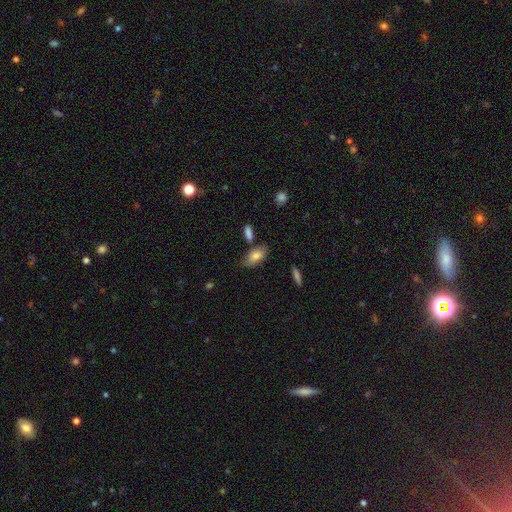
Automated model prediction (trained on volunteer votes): smooth_or_featured: smooth (p=0.78) [alt: featured or disk p=0.15]
how_rounded: in between (p=0.91) [alt: cigar-shaped p=0.06]
merging: none (p=0.68) [alt: minor disturbance p=0.20]